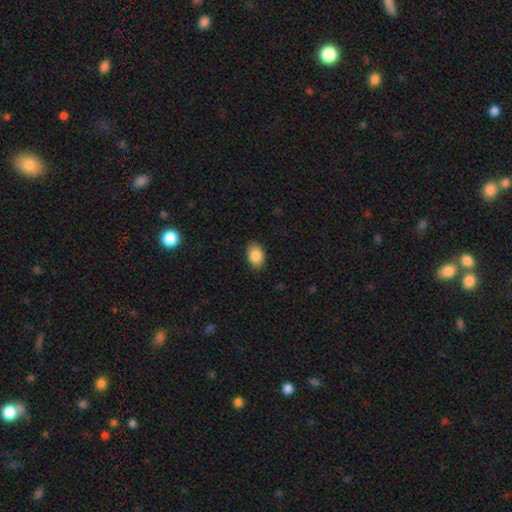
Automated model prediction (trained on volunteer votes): This appears to be a smooth galaxy with no disk features (87%) that is in between round and cigar-shaped (82%). Merging: none (87%).